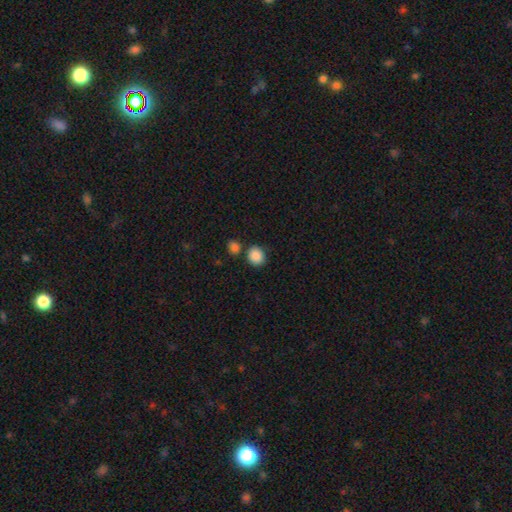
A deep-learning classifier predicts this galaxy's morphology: This appears to be a smooth galaxy with no disk features (88%) that is round (76%). Merging: none (74%).